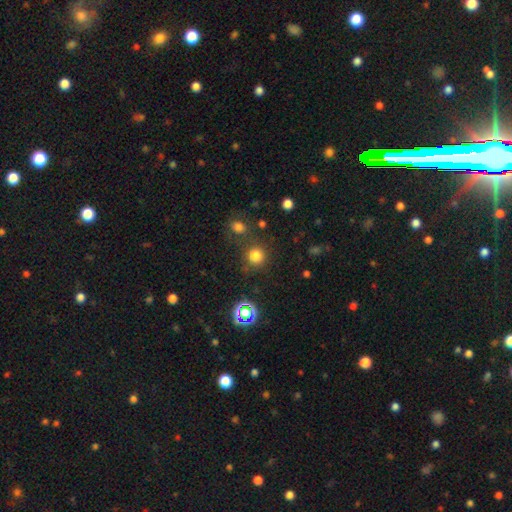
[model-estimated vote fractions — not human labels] Smooth or featured? smooth (76%)
How rounded? round (93%)
Merging? none (78%)